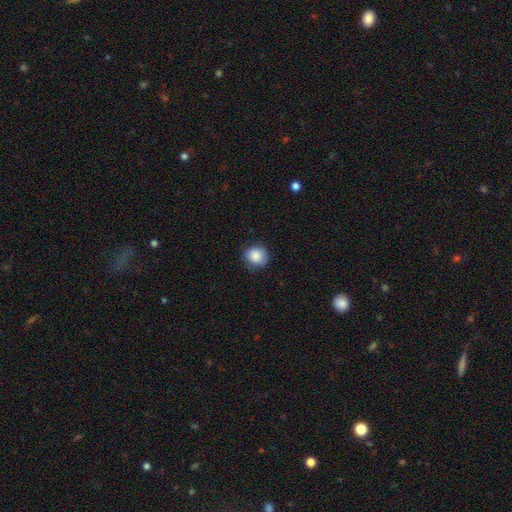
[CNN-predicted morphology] type=smooth (87%); roundness=round (84%); merging=none (79%).